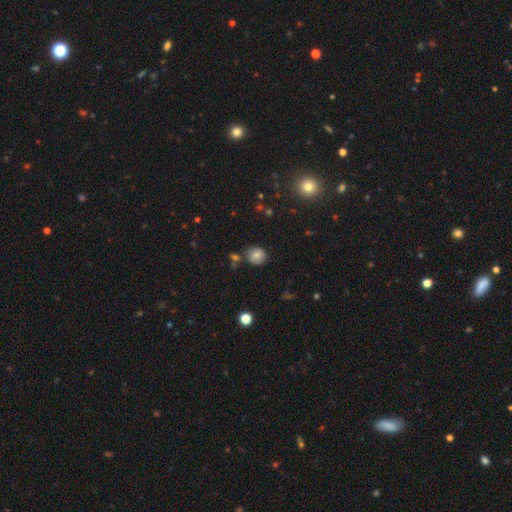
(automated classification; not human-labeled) smooth 67%, featured or disk 20%, star or artifact 13%. Down the decision tree: how rounded — round (76%); merging — none (73%).